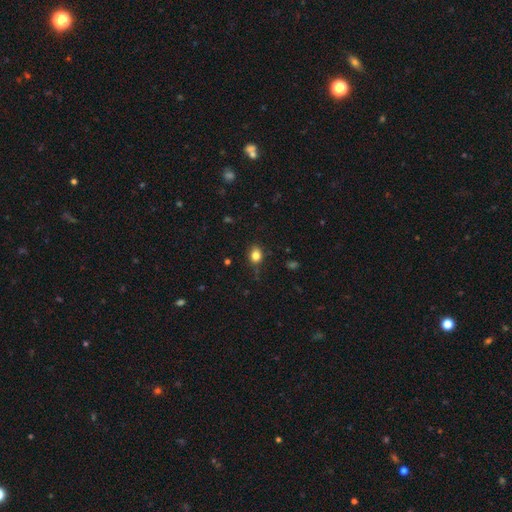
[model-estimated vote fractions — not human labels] Morphology: type=smooth (82%); roundness=in between (54%); merging=none (79%).